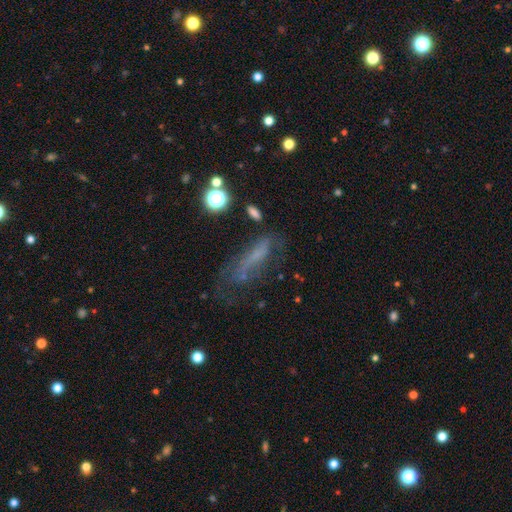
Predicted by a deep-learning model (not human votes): Morphology: type=featured or disk (42%); merging=none (41%).